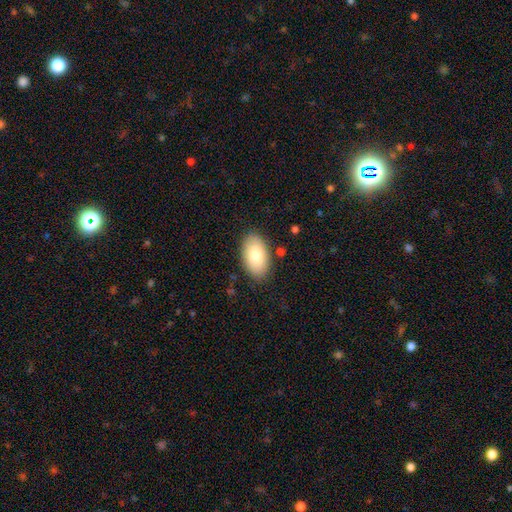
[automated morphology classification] Smooth or featured? Predicted: smooth (p=0.84). How rounded? Predicted: in between (p=0.95). Merging? Predicted: none (p=0.85).